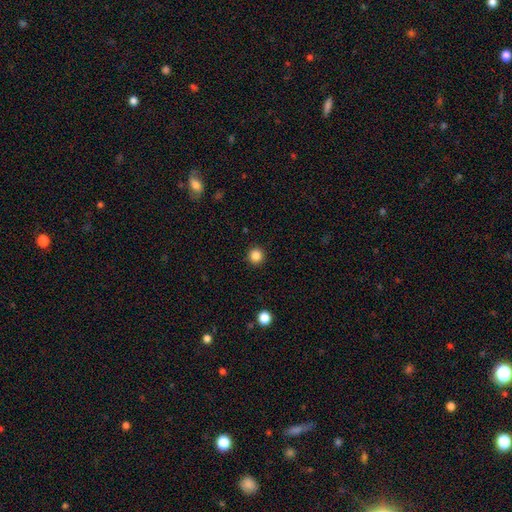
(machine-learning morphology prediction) Overall: smooth (85%). How rounded: round (95%). Merging: none (93%).